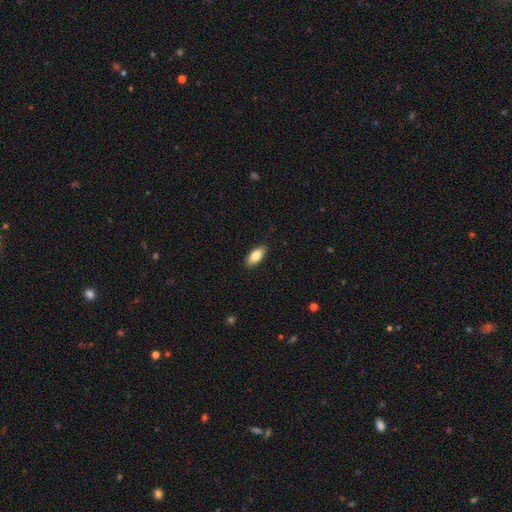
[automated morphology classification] This appears to be a smooth galaxy with no disk features (80%) that is in between round and cigar-shaped (86%). Merging: none (88%).